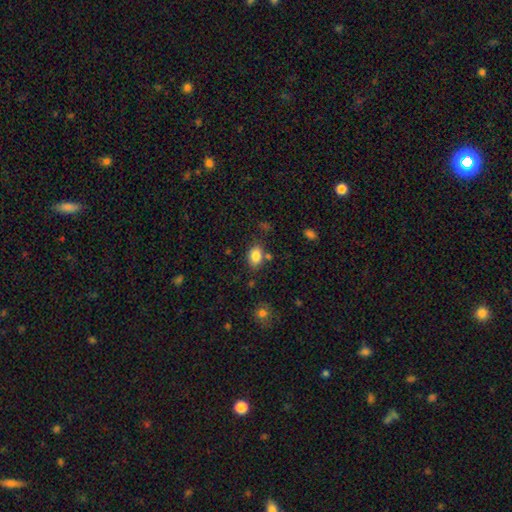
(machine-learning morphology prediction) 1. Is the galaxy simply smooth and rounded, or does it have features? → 85% smooth, 9% star or artifact, 7% featured or disk.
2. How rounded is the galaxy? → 79% in between, 20% round, 1% cigar-shaped.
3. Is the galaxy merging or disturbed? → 74% none, 15% minor disturbance, 8% merger, 4% major disturbance.